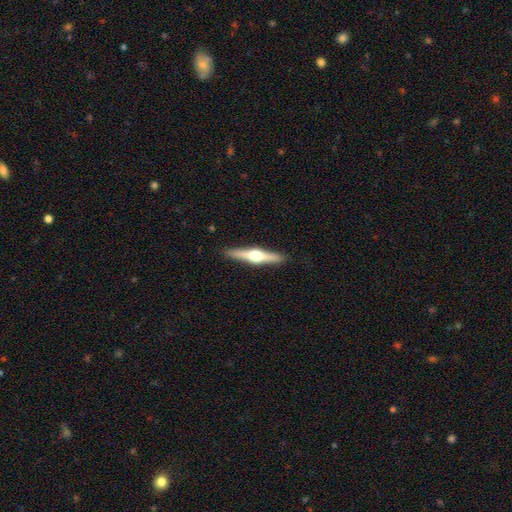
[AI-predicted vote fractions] Smooth or featured? Predicted: featured or disk (p=0.73). Edge-on disk? Predicted: yes (p=0.98). Edge-on bulge? Predicted: rounded (p=0.96). Merging? Predicted: none (p=0.91).